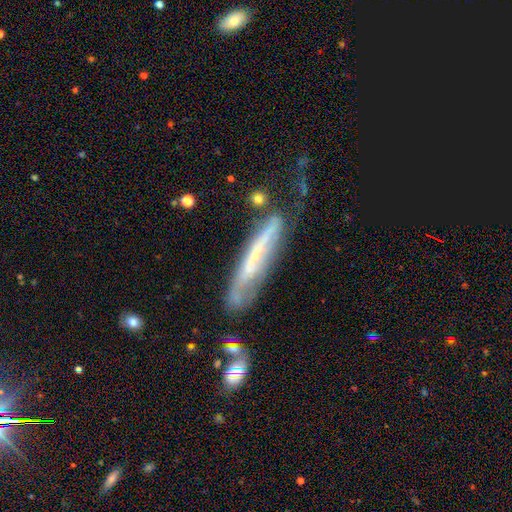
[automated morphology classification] This is likely a featured or disk galaxy (67%). It is likely viewed edge-on (64%). Merging: possibly none (53%).